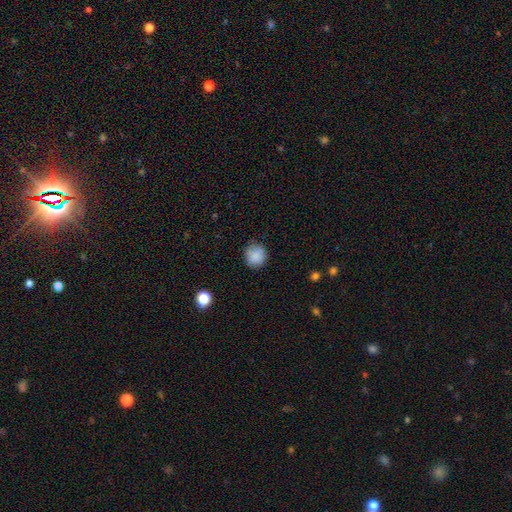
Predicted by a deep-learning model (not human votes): smooth 87%, star or artifact 9%, featured or disk 5%. Down the decision tree: how rounded — round (89%); merging — none (83%).